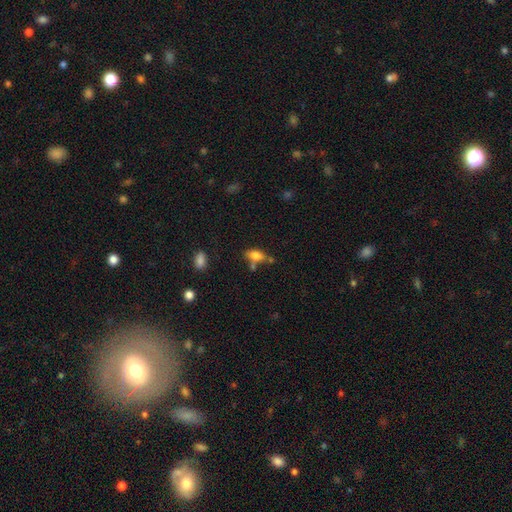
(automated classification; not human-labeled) This appears to be a smooth galaxy with no disk features (76%) that is in between round and cigar-shaped (84%). Merging: none (54%).